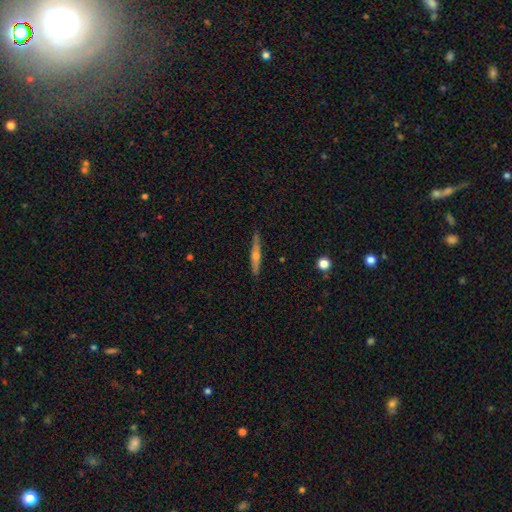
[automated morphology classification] Smooth or featured? Predicted: featured or disk (p=0.60). Edge-on disk? Predicted: yes (p=0.97). Edge-on bulge? Predicted: rounded (p=0.80). Merging? Predicted: none (p=0.90).